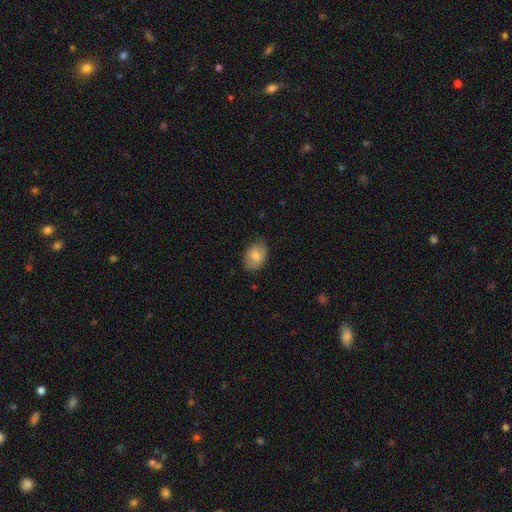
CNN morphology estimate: Smooth or featured? Predicted: smooth (p=0.68). How rounded? Predicted: in between (p=0.82). Merging? Predicted: none (p=0.72).